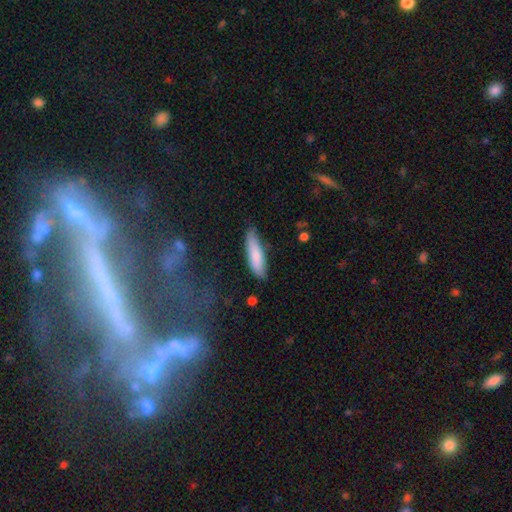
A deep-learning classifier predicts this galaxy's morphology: Smooth or featured? smooth (82%)
How rounded? cigar-shaped (64%)
Merging? none (76%)